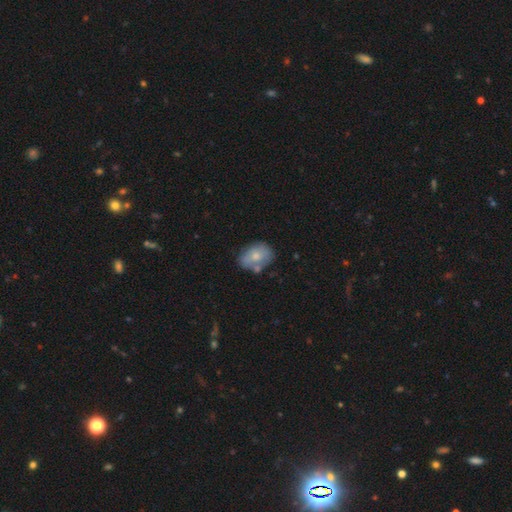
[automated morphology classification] Smooth or featured? smooth (66%)
How rounded? in between (77%)
Merging? none (58%)